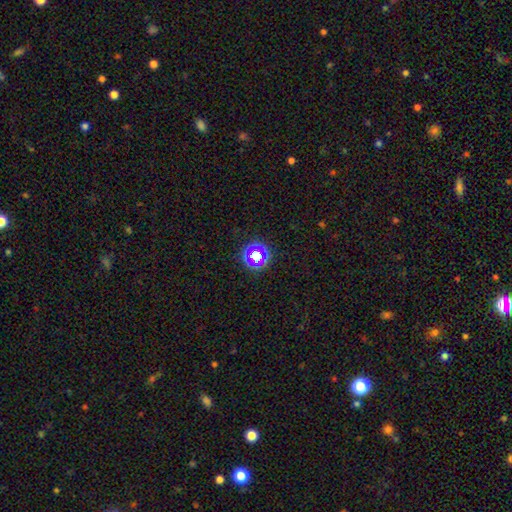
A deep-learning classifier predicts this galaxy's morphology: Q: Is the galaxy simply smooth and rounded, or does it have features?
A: star or artifact — 56%.